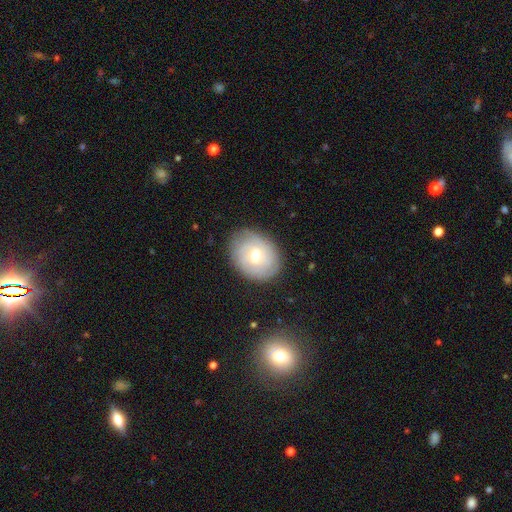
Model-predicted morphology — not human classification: smooth_or_featured: smooth (p=0.50) [alt: featured or disk p=0.41]
how_rounded: in between (p=0.52) [alt: round p=0.47]
merging: none (p=0.80) [alt: minor disturbance p=0.14]